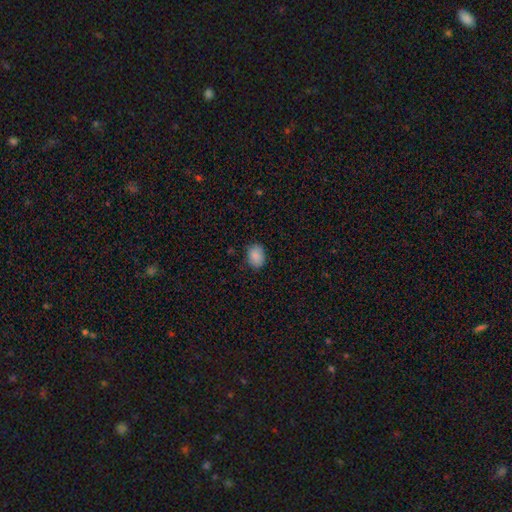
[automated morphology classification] Smooth or featured? Predicted: smooth (p=0.88). How rounded? Predicted: in between (p=0.65). Merging? Predicted: none (p=0.82).